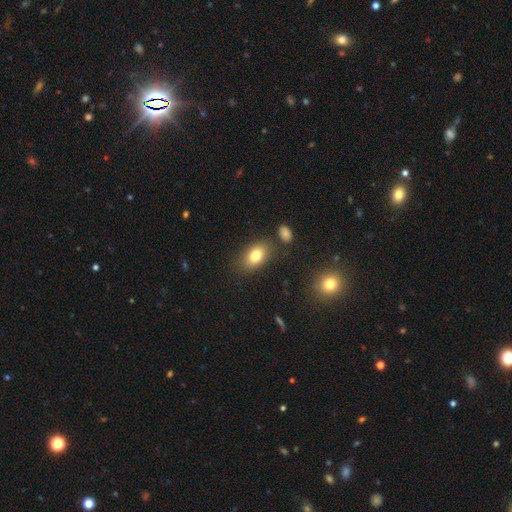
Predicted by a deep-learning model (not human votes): Morphology: type=smooth (79%); roundness=in between (84%); merging=none (79%).